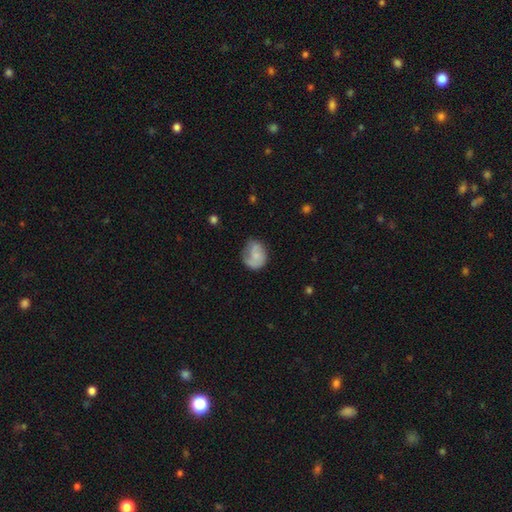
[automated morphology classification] Overall: smooth (52%; featured or disk 41%). How rounded: round (60%; in between 39%). Merging: none (54%; minor disturbance 28%).